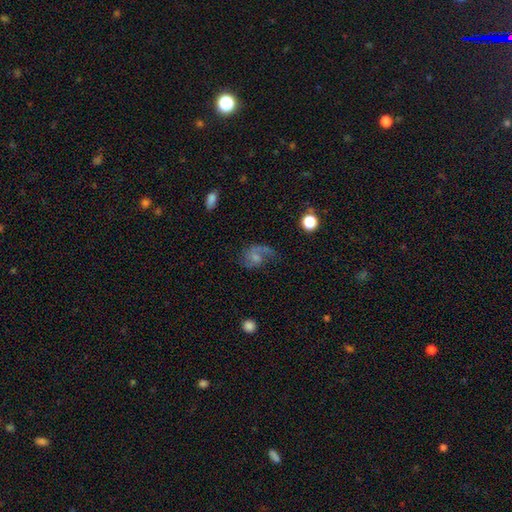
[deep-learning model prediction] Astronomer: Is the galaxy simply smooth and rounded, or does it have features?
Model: featured or disk — 56% (runner-up: smooth, 32%).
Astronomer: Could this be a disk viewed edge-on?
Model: no — 97%.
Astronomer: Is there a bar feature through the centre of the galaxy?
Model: no — 68%.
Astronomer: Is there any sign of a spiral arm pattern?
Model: yes — 82%.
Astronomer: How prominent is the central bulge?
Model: small — 41% (runner-up: moderate, 34%).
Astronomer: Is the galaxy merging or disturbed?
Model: none — 38% (runner-up: major disturbance, 35%).